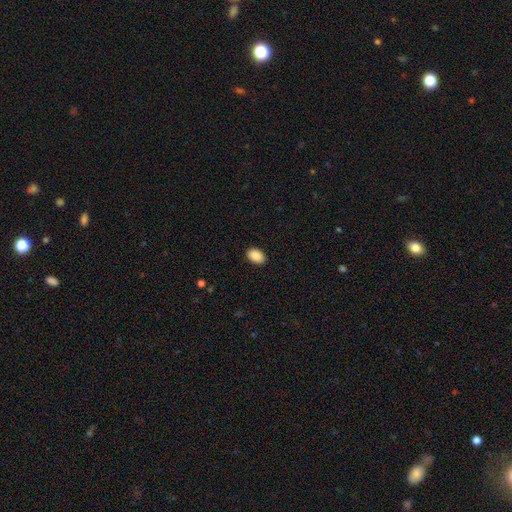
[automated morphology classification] This appears to be a smooth galaxy with no disk features (88%) that is in between round and cigar-shaped (88%). Merging: none (90%).